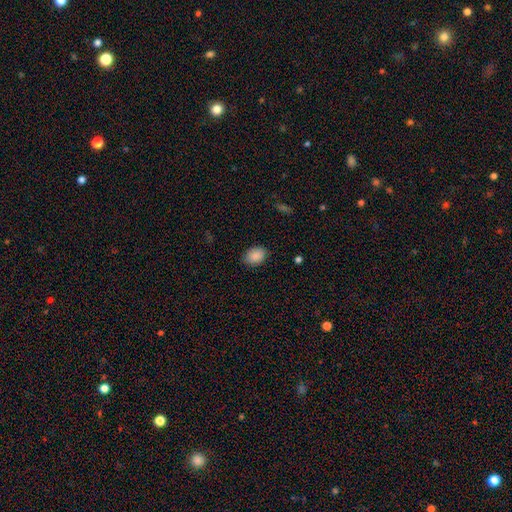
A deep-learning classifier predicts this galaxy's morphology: Overall: smooth (88%). How rounded: in between (74%). Merging: none (84%).